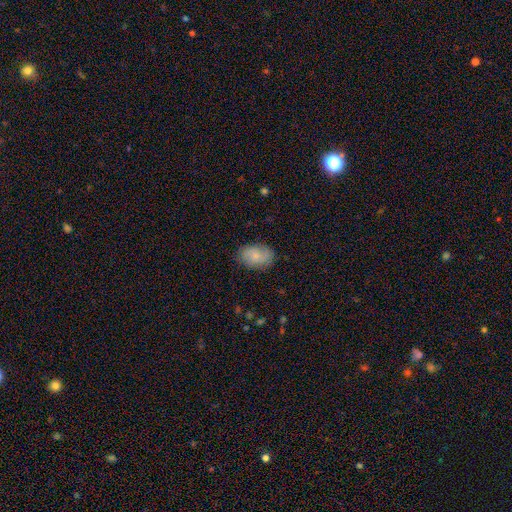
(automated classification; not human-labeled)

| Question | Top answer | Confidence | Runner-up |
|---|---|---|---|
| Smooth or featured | smooth | 74% | featured or disk (19%) |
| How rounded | in between | 88% | round (11%) |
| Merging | none | 82% | minor disturbance (14%) |